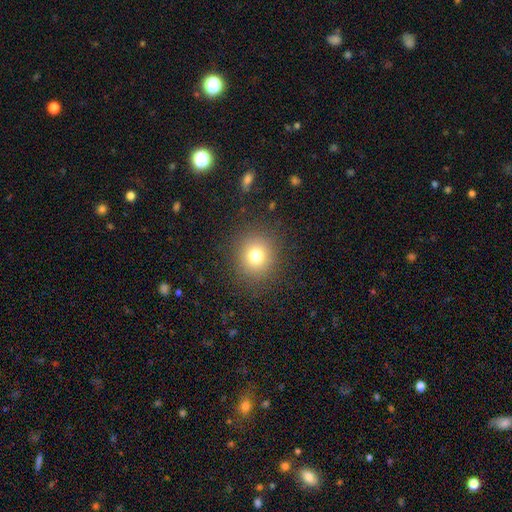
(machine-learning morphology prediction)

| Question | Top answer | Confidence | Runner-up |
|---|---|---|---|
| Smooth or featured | smooth | 76% | star or artifact (14%) |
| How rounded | round | 84% | in between (15%) |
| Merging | none | 88% | minor disturbance (8%) |